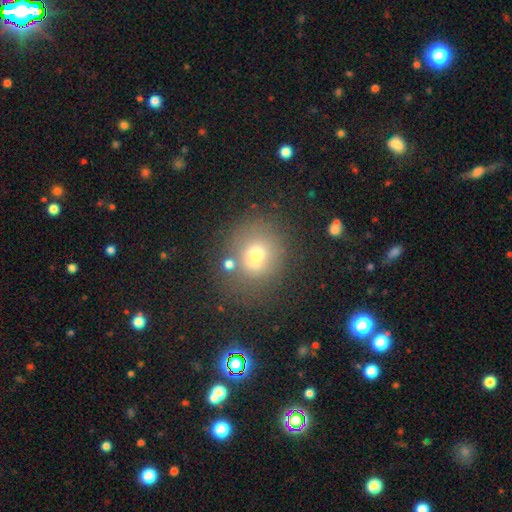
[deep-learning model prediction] Q: Smooth or featured?
A: smooth (68%); runner-up: star or artifact (16%)
Q: How rounded?
A: round (79%); runner-up: in between (20%)
Q: Merging?
A: none (70%); runner-up: minor disturbance (15%)